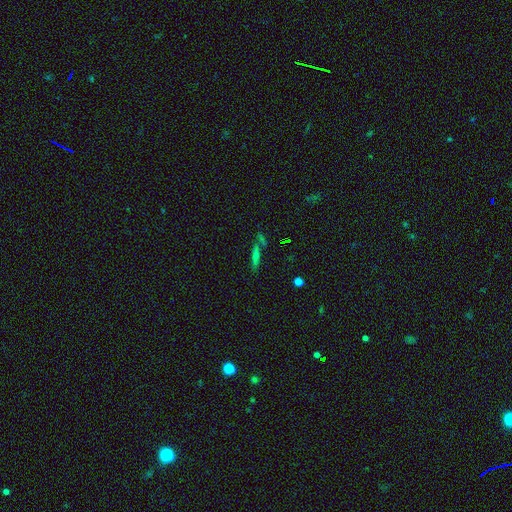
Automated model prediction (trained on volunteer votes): This appears to be a smooth galaxy with no disk features (50%). Merging: none (67%).